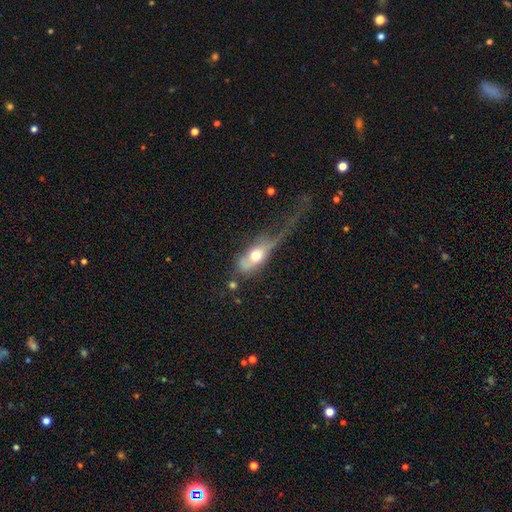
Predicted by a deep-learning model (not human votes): Q: Smooth or featured?
A: smooth (55%); runner-up: featured or disk (38%)
Q: How rounded?
A: in between (76%); runner-up: cigar-shaped (17%)
Q: Merging?
A: major disturbance (52%); runner-up: minor disturbance (21%)